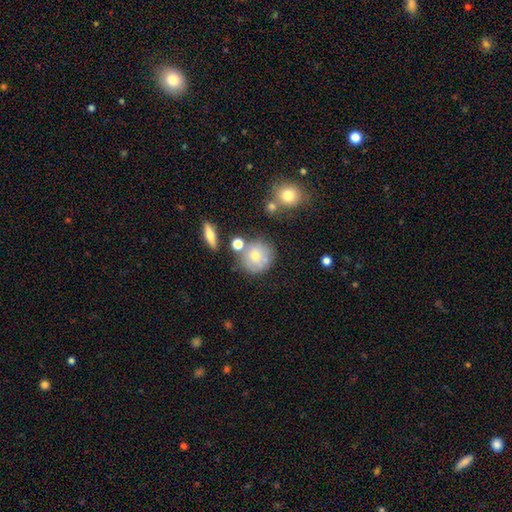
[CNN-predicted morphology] smooth_or_featured: smooth (p=0.63) [alt: featured or disk p=0.26]
how_rounded: round (p=0.89) [alt: in between p=0.10]
merging: none (p=0.60) [alt: minor disturbance p=0.17]